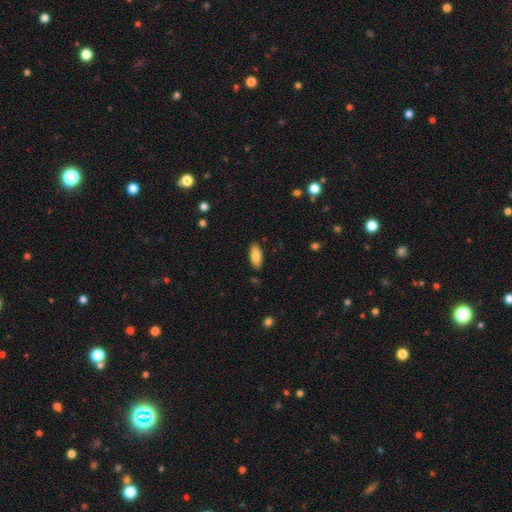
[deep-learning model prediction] A smooth galaxy with no disk features (84%) that is in between round and cigar-shaped (85%). Merging: none (87%).